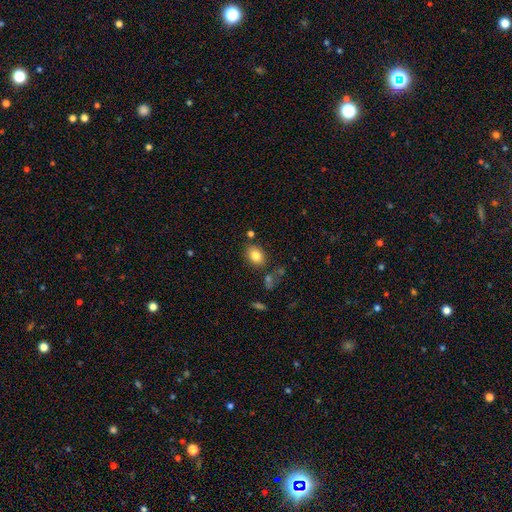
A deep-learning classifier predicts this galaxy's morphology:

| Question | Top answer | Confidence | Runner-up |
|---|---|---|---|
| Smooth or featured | smooth | 82% | star or artifact (10%) |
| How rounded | in between | 69% | round (30%) |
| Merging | none | 80% | minor disturbance (12%) |